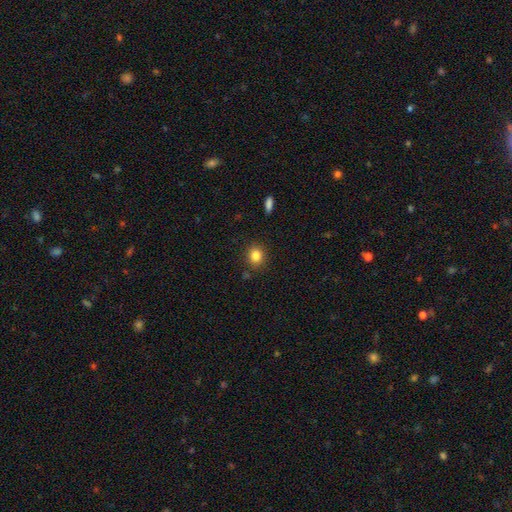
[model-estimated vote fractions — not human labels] This appears to be a smooth galaxy with no disk features (83%) that is round (74%). Merging: none (86%).